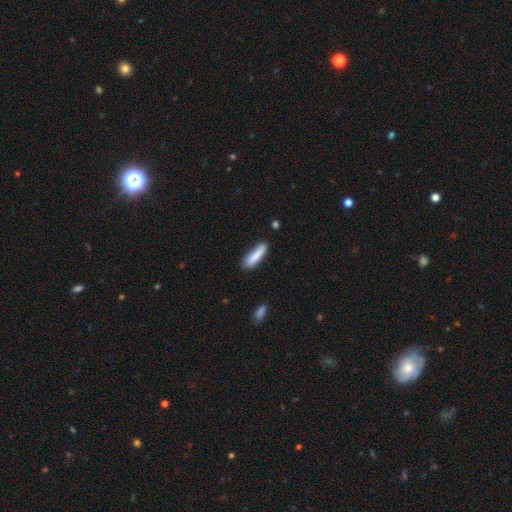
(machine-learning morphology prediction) Smooth or featured?
  - smooth: 85% *
  - featured or disk: 9%
  - star or artifact: 6%
How rounded?
  - cigar-shaped: 72% *
  - in between: 26%
  - round: 1%
Merging?
  - none: 77% *
  - minor disturbance: 17%
  - major disturbance: 3%
  - merger: 3%